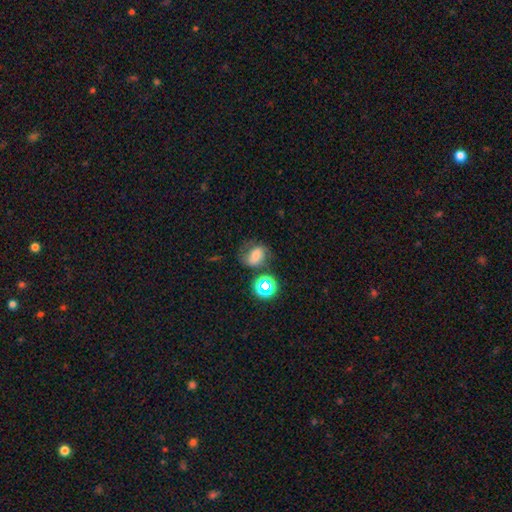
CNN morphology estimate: The model was most divided on "how rounded": in between: 60%, round: 39%, cigar-shaped: 2%. More confident: smooth or featured — smooth (55%); merging — none (53%).